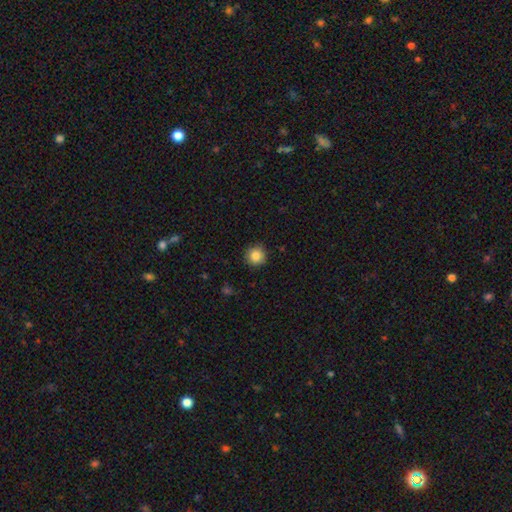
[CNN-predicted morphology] smooth-or-featured: smooth: 86% | star or artifact: 10% | featured or disk: 4%
  how-rounded: round: 95% | in between: 4% | cigar-shaped: 1%
  merging: none: 90% | minor disturbance: 7% | major disturbance: 2% | merger: 1%